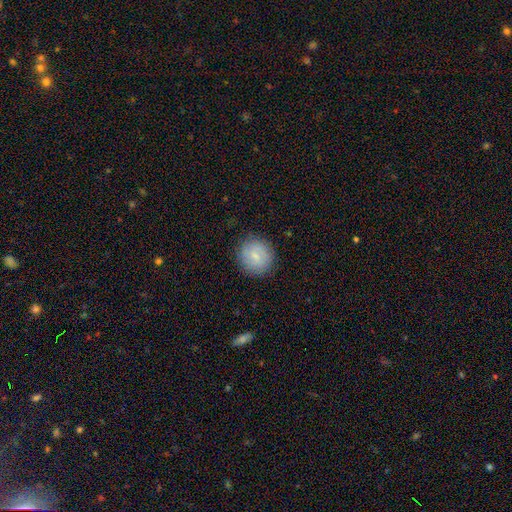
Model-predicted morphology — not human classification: Overall: smooth (65%; featured or disk 28%). How rounded: round (89%). Merging: none (85%).